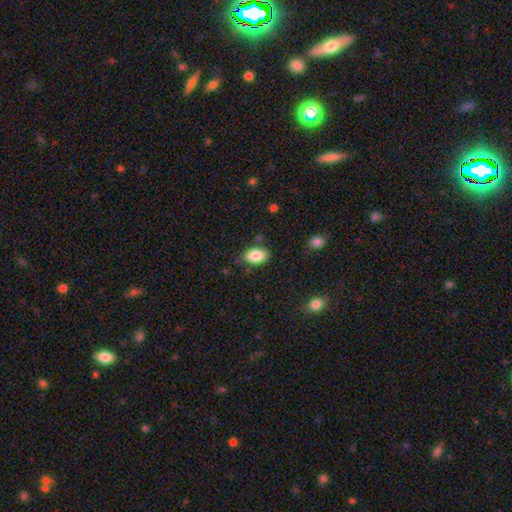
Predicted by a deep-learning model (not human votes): smooth_or_featured: smooth (p=0.86) [alt: star or artifact p=0.07]
how_rounded: in between (p=0.92) [alt: round p=0.07]
merging: none (p=0.80) [alt: minor disturbance p=0.14]